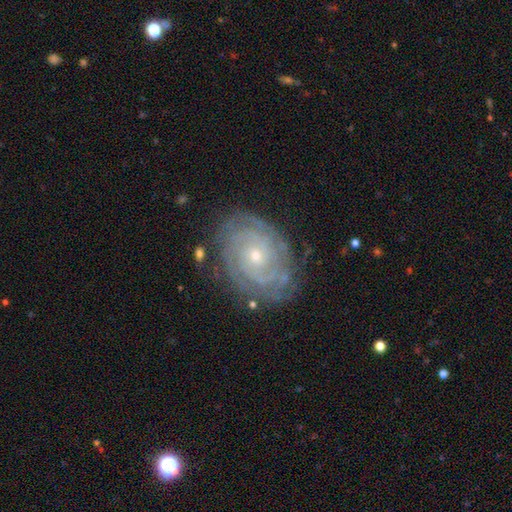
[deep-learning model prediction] Smooth or featured: featured or disk — 88% (star or artifact — 6%)
Edge-on disk: no — 97% (yes — 3%)
Bar: no — 77% (weak — 18%)
Spiral arms: yes — 97% (no — 3%)
Spiral winding: tight — 83% (medium — 14%)
Spiral arm count: can't tell — 26% (2 — 23%)
Bulge size: small — 72% (moderate — 25%)
Merging: none — 80% (minor disturbance — 14%)